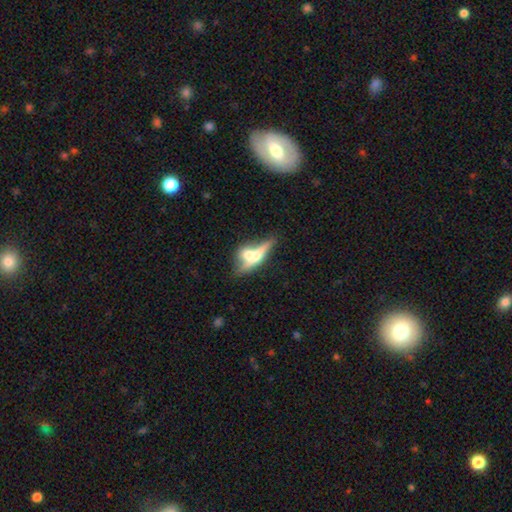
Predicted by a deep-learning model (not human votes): A featured or disk galaxy (49%).

Vote fractions:
- Smooth or featured? featured or disk: 49% / smooth: 44% / star or artifact: 8%
- Merging? merger: 50% / none: 30% / minor disturbance: 11% / major disturbance: 9%